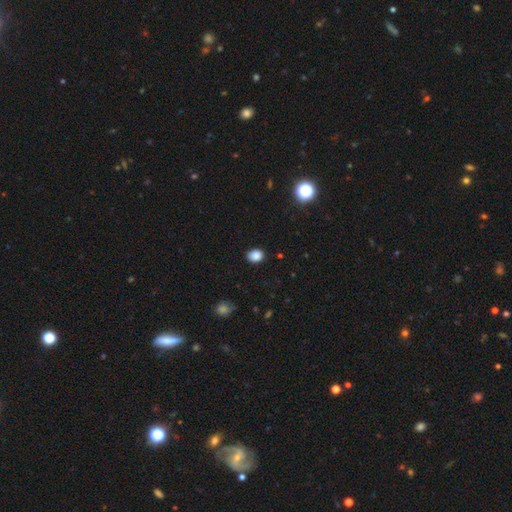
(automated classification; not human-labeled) Q: Smooth or featured?
A: smooth (86%); runner-up: star or artifact (11%)
Q: How rounded?
A: round (50%); runner-up: in between (49%)
Q: Merging?
A: none (88%); runner-up: minor disturbance (9%)